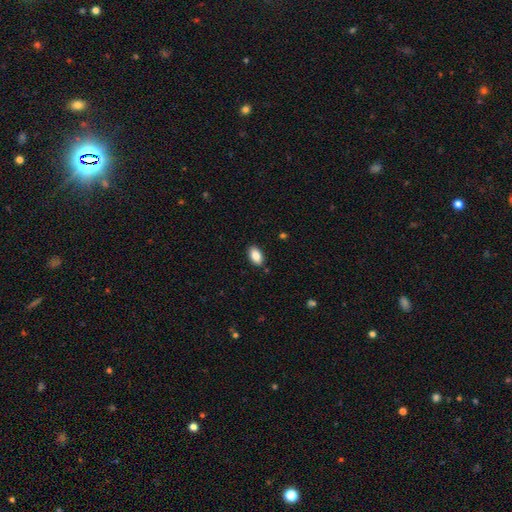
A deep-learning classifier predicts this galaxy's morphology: Smooth or featured? Predicted: smooth (p=0.86). How rounded? Predicted: in between (p=0.92). Merging? Predicted: none (p=0.87).